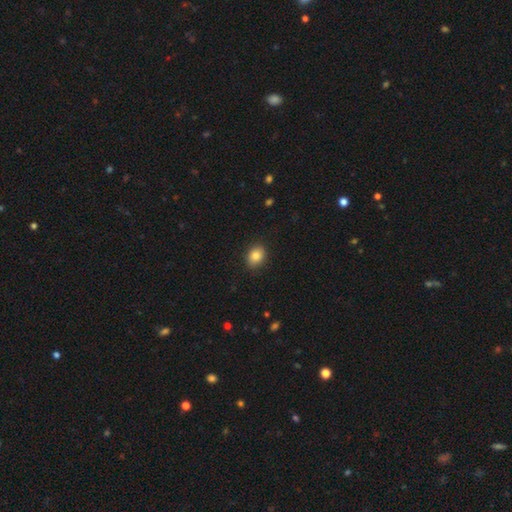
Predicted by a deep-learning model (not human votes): This appears to be a smooth galaxy with no disk features (85%) that is in between round and cigar-shaped (57%). Merging: none (89%).